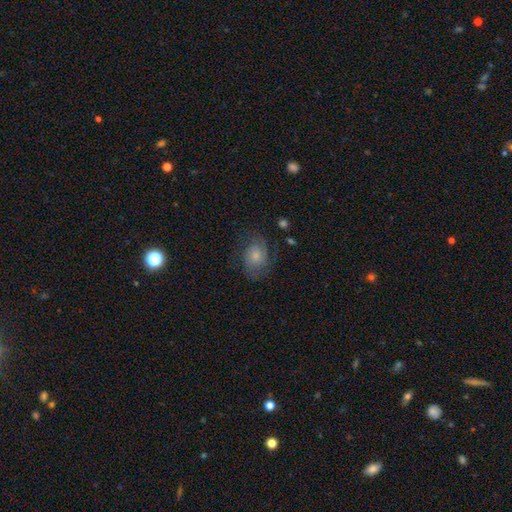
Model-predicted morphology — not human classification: Smooth or featured? Predicted: smooth (p=0.46). Merging? Predicted: none (p=0.63).